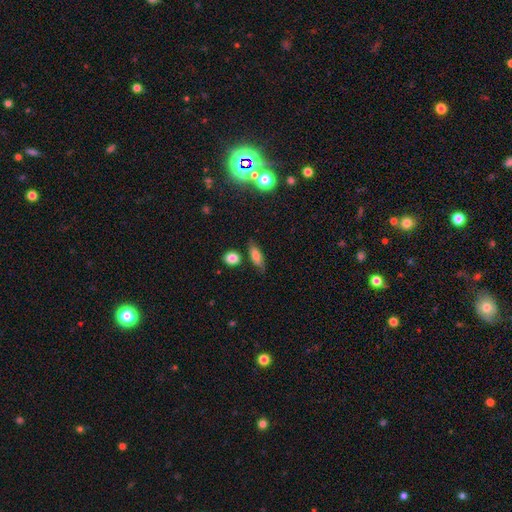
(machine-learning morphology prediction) A smooth galaxy with no disk features (70%) that is in between round and cigar-shaped (66%). Merging: none (72%).